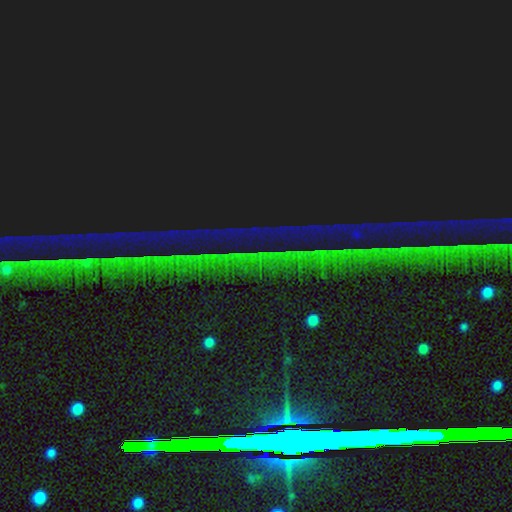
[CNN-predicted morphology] Smooth or featured: star or artifact — 88% (featured or disk — 6%)